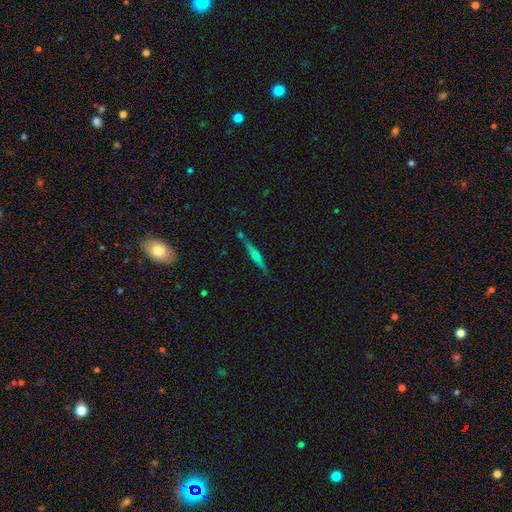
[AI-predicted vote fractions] This is likely a featured or disk galaxy (68%). It is clearly viewed edge-on (97%). Edge-on bulge: clearly rounded (86%). Merging: clearly none (81%).